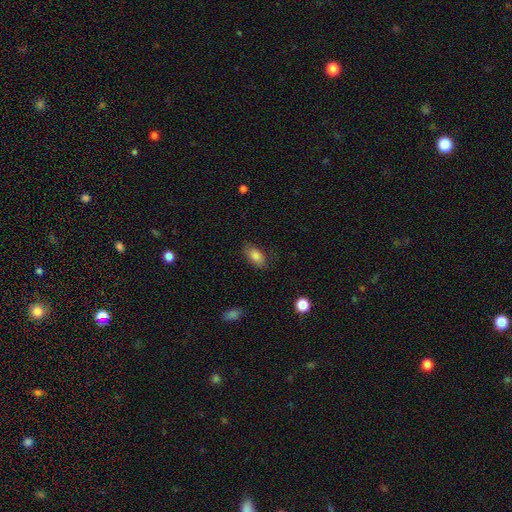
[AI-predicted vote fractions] Overall: smooth (84%). How rounded: in between (89%). Merging: none (79%).